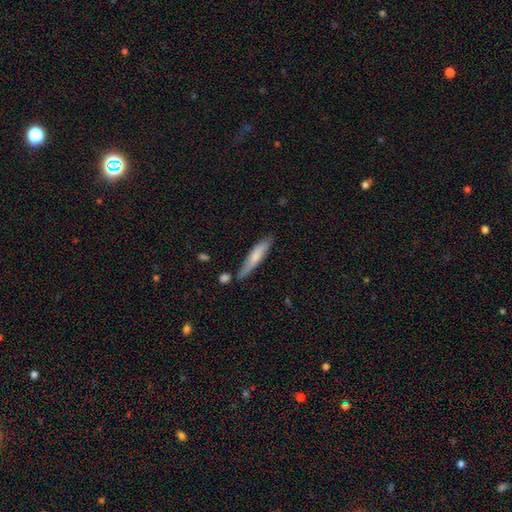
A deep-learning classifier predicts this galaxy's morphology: This is likely a smooth galaxy (66%). How rounded: clearly cigar-shaped (86%). Merging: likely none (66%).